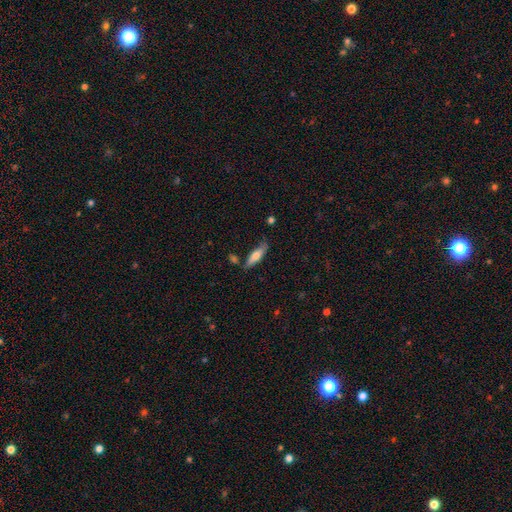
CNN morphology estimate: smooth_or_featured: smooth (p=0.63) [alt: featured or disk p=0.31]
how_rounded: cigar-shaped (p=0.61) [alt: in between p=0.37]
merging: none (p=0.73) [alt: minor disturbance p=0.18]